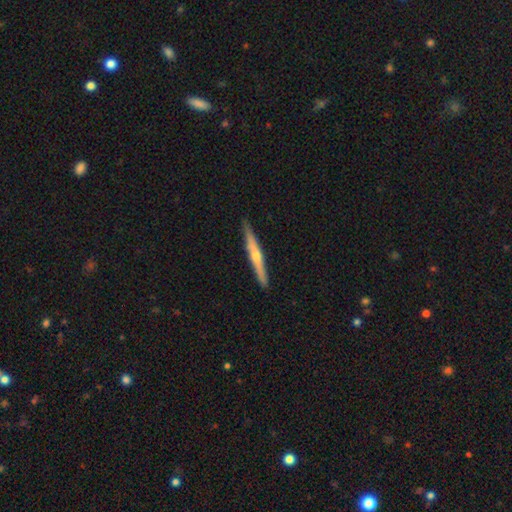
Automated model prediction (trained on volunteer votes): Overall: featured or disk (64%; smooth 31%). Edge-on disk: yes (97%). Edge-on bulge: rounded (80%). Merging: none (90%).